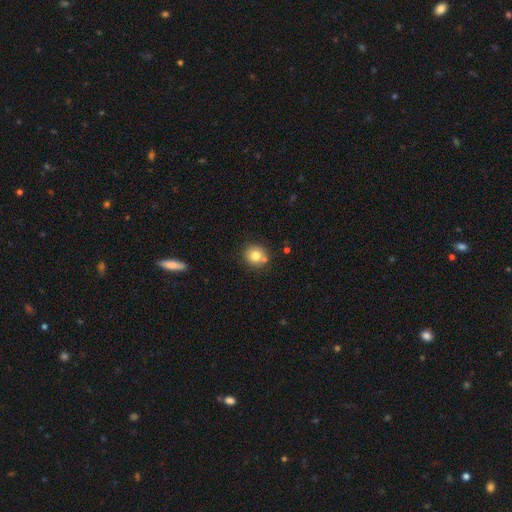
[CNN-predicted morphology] This appears to be a smooth galaxy with no disk features (79%) that is round (86%). Merging: none (73%).